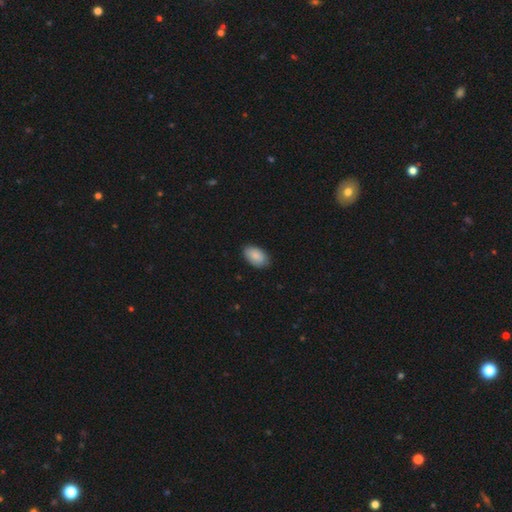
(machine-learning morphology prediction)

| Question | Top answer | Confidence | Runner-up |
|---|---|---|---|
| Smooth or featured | smooth | 89% | star or artifact (6%) |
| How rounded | in between | 94% | round (4%) |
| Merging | none | 85% | minor disturbance (12%) |